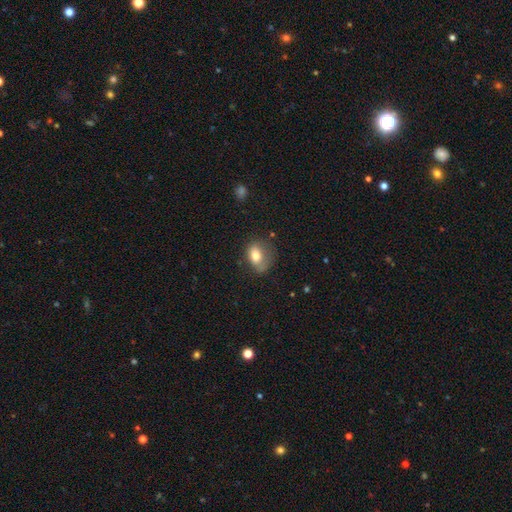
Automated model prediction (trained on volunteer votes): This is likely a smooth galaxy (76%). How rounded: likely in between (72%). Merging: marginally none (42%).